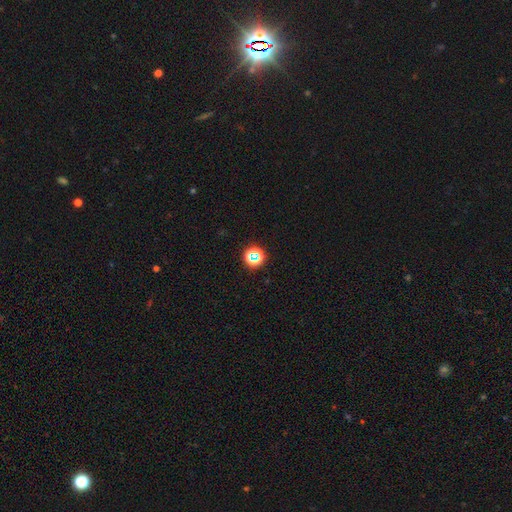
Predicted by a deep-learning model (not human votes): Smooth or featured? star or artifact (57%)